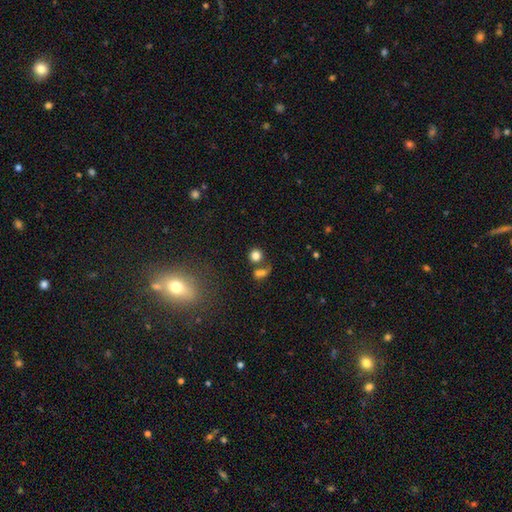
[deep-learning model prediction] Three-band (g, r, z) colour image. It shows a smooth galaxy with no disk features (78%) that is round (85%). Merging: none (56%).